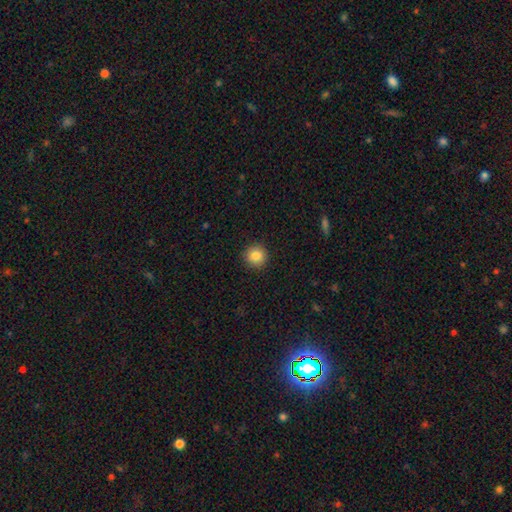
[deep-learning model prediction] This appears to be a smooth galaxy with no disk features (84%) that is round (94%). Merging: none (92%).